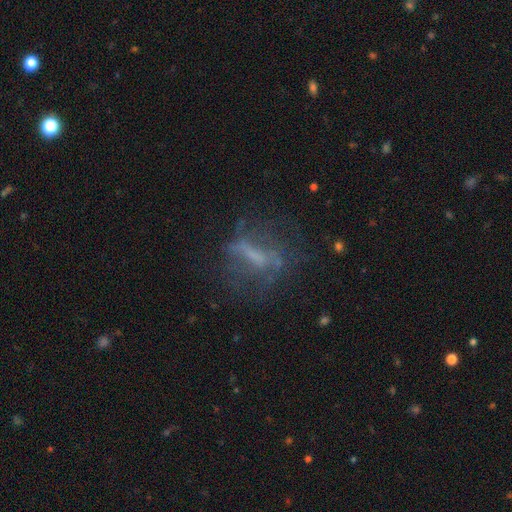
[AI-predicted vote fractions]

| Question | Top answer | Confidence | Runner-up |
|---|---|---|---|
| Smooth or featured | featured or disk | 55% | smooth (27%) |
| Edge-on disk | no | 82% | yes (18%) |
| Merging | none | 53% | major disturbance (24%) |